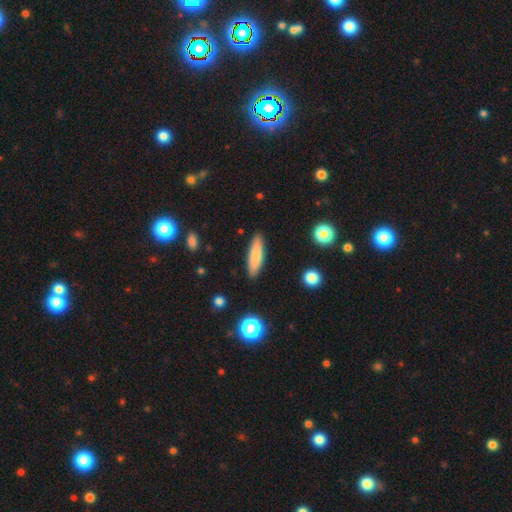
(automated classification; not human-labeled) smooth-or-featured: smooth: 81% | featured or disk: 12% | star or artifact: 6%
  how-rounded: cigar-shaped: 70% | in between: 28% | round: 2%
  merging: none: 89% | minor disturbance: 8% | major disturbance: 2% | merger: 1%